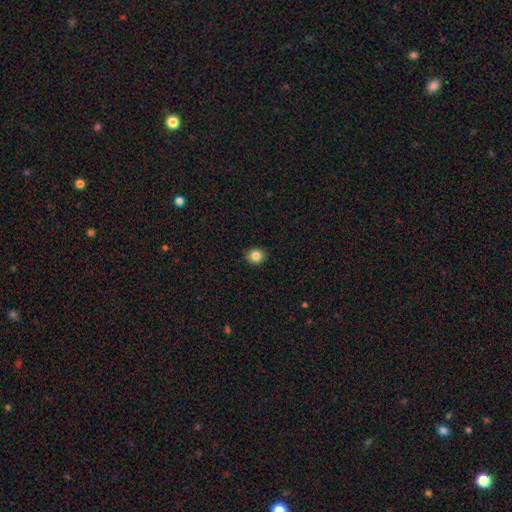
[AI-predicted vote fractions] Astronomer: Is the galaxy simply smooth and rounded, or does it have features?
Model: smooth — 85%.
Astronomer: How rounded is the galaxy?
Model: round — 83%.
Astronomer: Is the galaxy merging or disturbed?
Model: none — 91%.